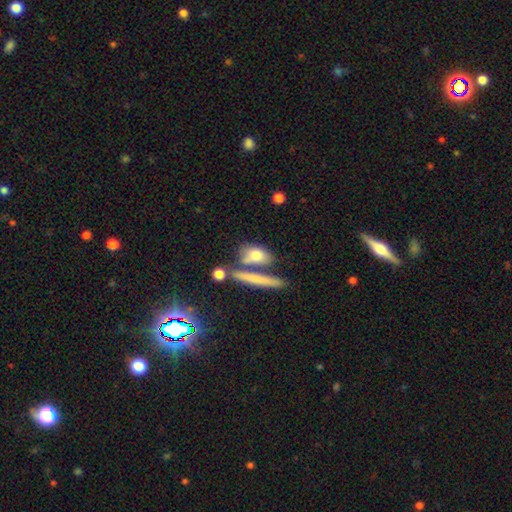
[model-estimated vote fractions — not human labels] The model was most divided on "how rounded": in between: 53%, cigar-shaped: 31%, round: 16%. More confident: smooth or featured — smooth (71%); merging — none (51%).